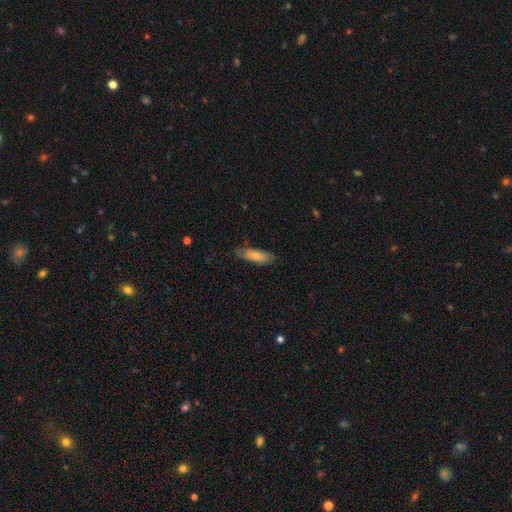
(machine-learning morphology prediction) The model was most divided on "how rounded" (2-way tie): cigar-shaped: 49%, in between: 49%, round: 2%. More confident: smooth or featured — smooth (75%); merging — none (72%).